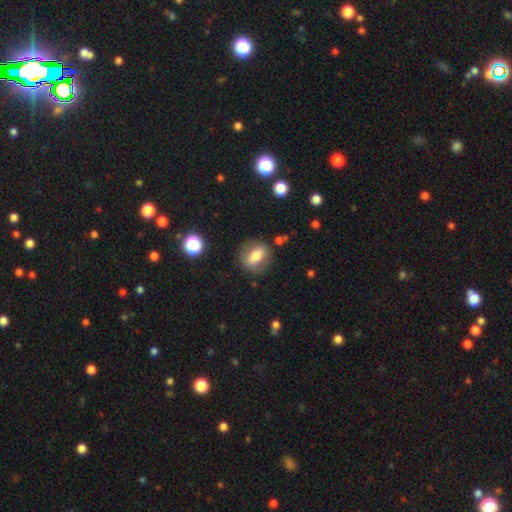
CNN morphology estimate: This appears to be a smooth galaxy with no disk features (62%) that is in between round and cigar-shaped (52%). Merging: none (77%).